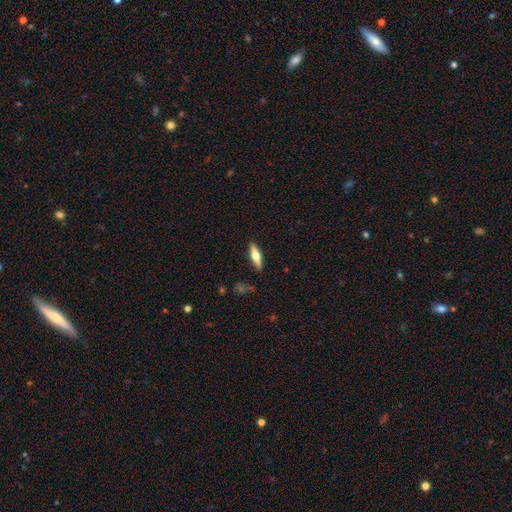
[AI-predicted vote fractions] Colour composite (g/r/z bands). It shows a featured or disk galaxy (50%) viewed edge-on (94%). Merging: none (88%).